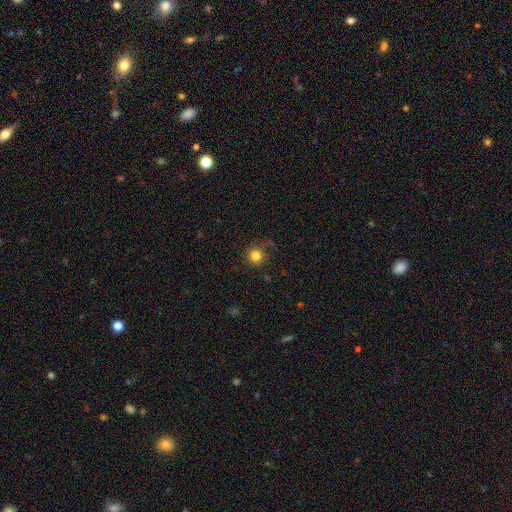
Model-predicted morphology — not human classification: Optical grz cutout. It shows a smooth galaxy with no disk features (82%) that is round (94%). Merging: none (81%).